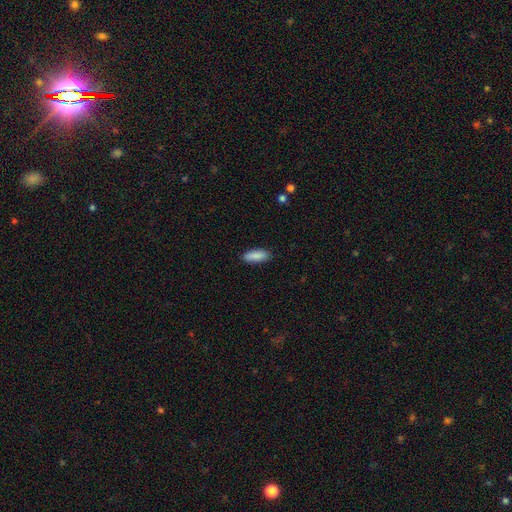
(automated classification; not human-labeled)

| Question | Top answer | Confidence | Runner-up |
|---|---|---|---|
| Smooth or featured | smooth | 89% | star or artifact (6%) |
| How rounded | in between | 65% | cigar-shaped (33%) |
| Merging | none | 88% | minor disturbance (9%) |